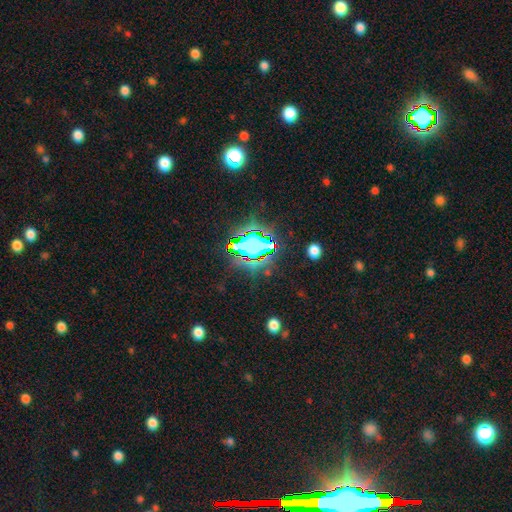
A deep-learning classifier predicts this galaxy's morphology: smooth_or_featured: star or artifact (p=0.80) [alt: smooth p=0.12]